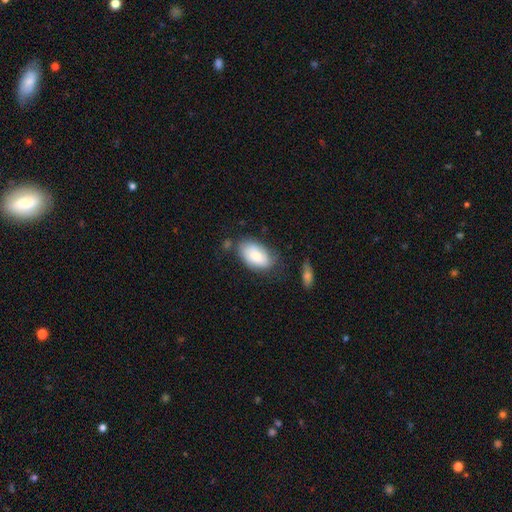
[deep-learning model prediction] smooth_or_featured: smooth (p=0.79) [alt: featured or disk p=0.15]
how_rounded: in between (p=0.93) [alt: round p=0.05]
merging: none (p=0.62) [alt: minor disturbance p=0.24]